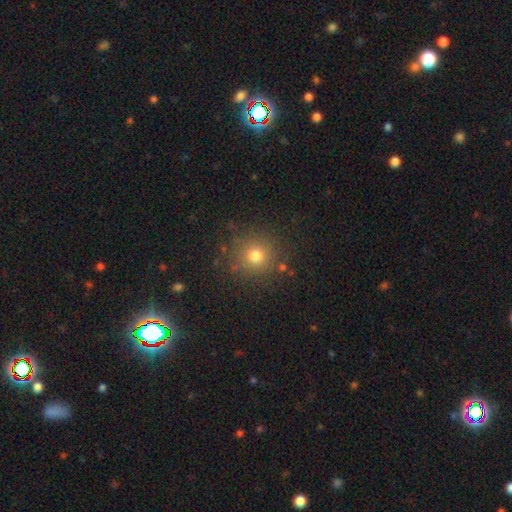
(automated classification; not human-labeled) Smooth or featured: smooth — 75% (star or artifact — 17%)
How rounded: round — 92% (in between — 7%)
Merging: none — 86% (minor disturbance — 8%)